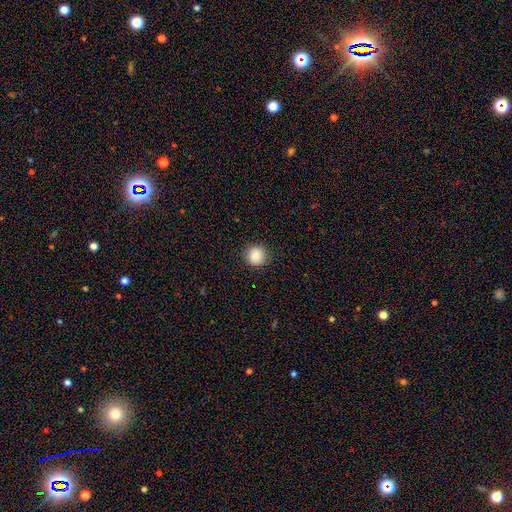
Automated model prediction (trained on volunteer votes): Morphology: type=smooth (88%); roundness=round (93%); merging=none (90%).